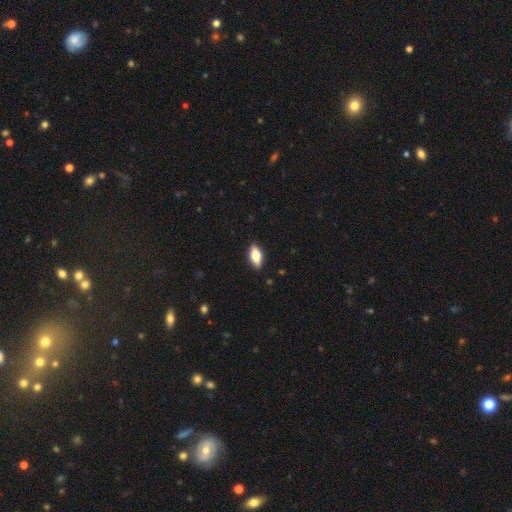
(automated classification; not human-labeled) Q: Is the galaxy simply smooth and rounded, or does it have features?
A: smooth — 70%.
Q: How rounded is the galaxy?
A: in between — 84%.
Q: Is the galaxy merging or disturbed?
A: none — 88%.